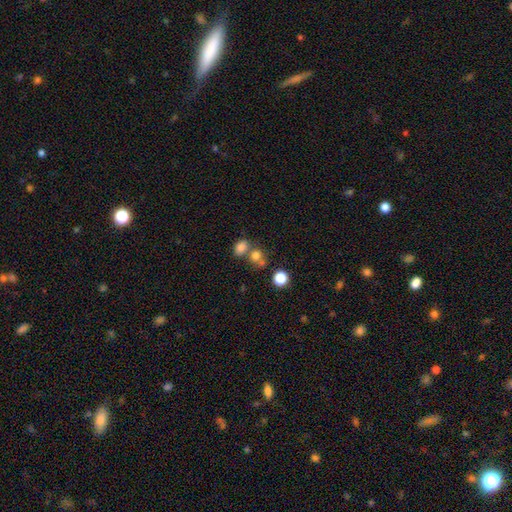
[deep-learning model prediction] Q: Smooth or featured?
A: smooth (75%); runner-up: star or artifact (15%)
Q: How rounded?
A: round (62%); runner-up: in between (37%)
Q: Merging?
A: none (45%); runner-up: merger (41%)